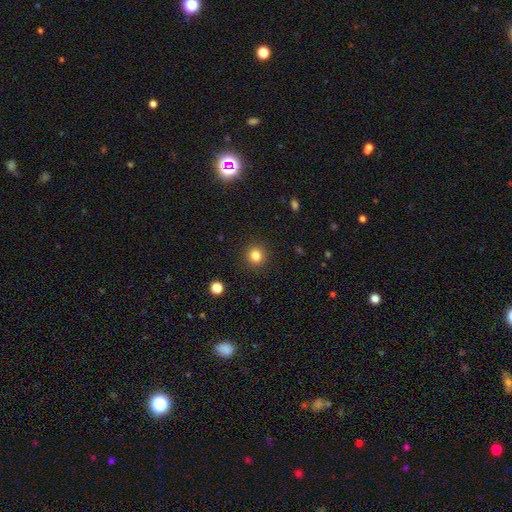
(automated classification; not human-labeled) This appears to be a smooth galaxy with no disk features (82%) that is round (93%). Merging: none (91%).